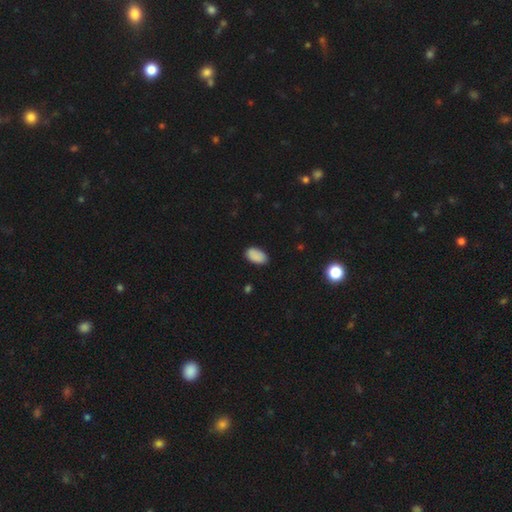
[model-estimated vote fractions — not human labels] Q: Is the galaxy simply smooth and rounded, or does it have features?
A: smooth — 89%.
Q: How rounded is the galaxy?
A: in between — 94%.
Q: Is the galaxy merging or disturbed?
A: none — 85%.